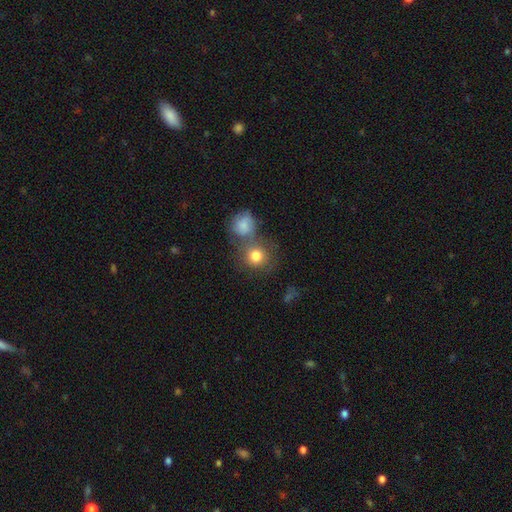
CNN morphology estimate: smooth 81%, featured or disk 11%, star or artifact 8%. Down the decision tree: how rounded — round (86%); merging — none (47%).